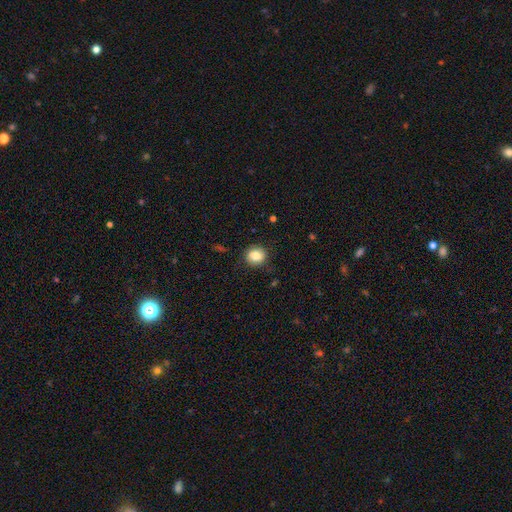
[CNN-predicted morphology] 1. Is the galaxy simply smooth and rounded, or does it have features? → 82% smooth, 9% star or artifact, 9% featured or disk.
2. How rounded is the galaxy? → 82% round, 17% in between, 1% cigar-shaped.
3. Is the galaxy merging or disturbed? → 86% none, 10% minor disturbance, 3% major disturbance, 1% merger.